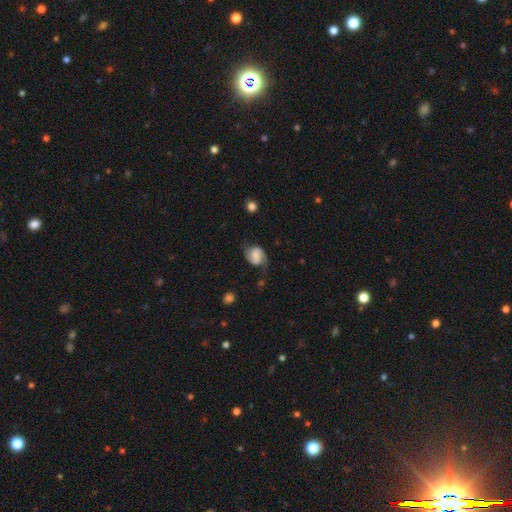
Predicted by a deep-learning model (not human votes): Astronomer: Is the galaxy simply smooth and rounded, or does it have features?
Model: featured or disk — 62%.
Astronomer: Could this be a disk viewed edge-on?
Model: no — 98%.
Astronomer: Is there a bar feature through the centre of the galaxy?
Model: weak — 41% (runner-up: no, 39%).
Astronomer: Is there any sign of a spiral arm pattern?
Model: yes — 93%.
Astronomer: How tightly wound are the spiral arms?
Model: medium — 44% (runner-up: loose, 36%).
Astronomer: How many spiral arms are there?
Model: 2 — 89%.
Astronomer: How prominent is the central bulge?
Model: none — 39% (runner-up: small, 21%).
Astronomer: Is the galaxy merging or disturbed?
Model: none — 61%.